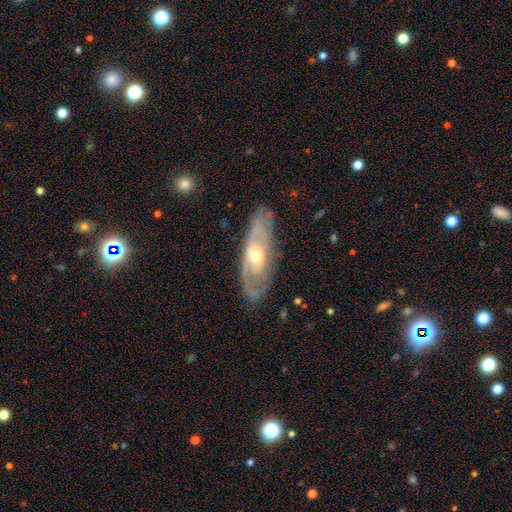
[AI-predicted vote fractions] Overall: featured or disk (75%). Edge-on disk: no (79%). Bar: no (68%). Spiral arms: yes (69%; no 31%). Bulge size: moderate (59%; small 36%). Merging: none (75%).